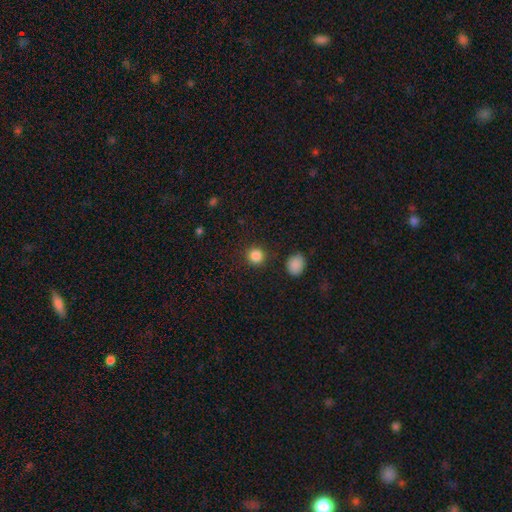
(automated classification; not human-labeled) A smooth galaxy with no disk features (86%) that is round (92%).

Vote fractions:
- Smooth or featured? smooth: 86% / star or artifact: 11% / featured or disk: 3%
- How rounded? round: 92% / in between: 7% / cigar-shaped: 1%
- Merging? none: 89% / minor disturbance: 6% / major disturbance: 3% / merger: 2%